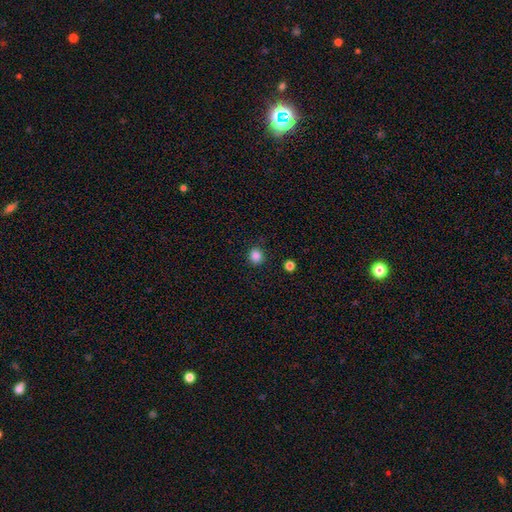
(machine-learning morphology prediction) Smooth or featured? smooth (86%)
How rounded? round (88%)
Merging? none (88%)